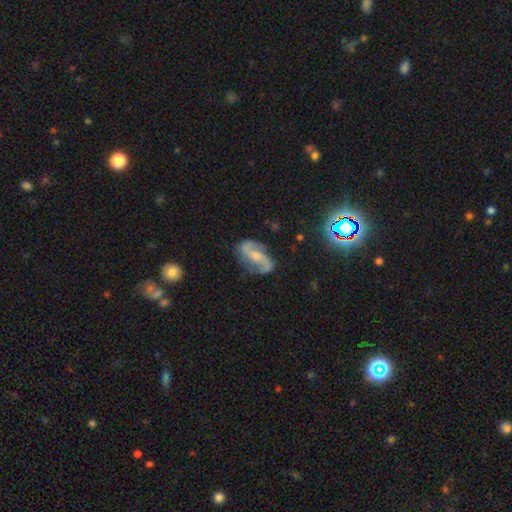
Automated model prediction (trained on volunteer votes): Smooth or featured: featured or disk — 84% (smooth — 8%)
Edge-on disk: no — 97% (yes — 3%)
Bar: no — 44% (weak — 41%)
Spiral arms: yes — 96% (no — 4%)
Spiral winding: medium — 44% (loose — 42%)
Spiral arm count: 2 — 92% (can't tell — 3%)
Bulge size: moderate — 45% (small — 36%)
Merging: none — 75% (minor disturbance — 17%)